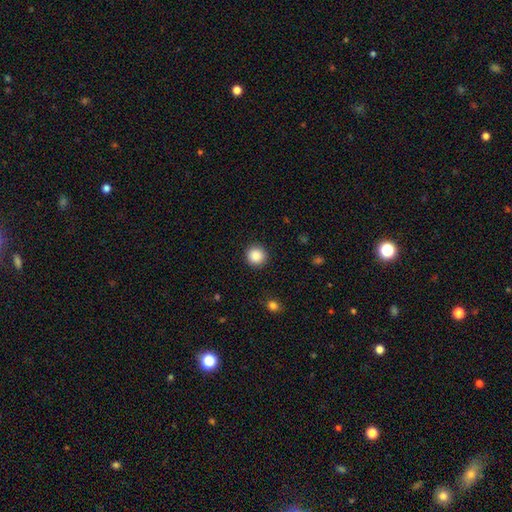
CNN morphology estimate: This is clearly a smooth galaxy (87%). How rounded: clearly round (95%). Merging: clearly none (92%).